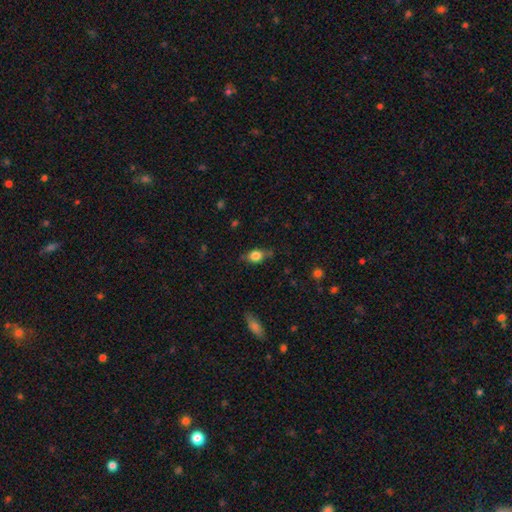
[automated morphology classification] This is clearly a smooth galaxy (80%). How rounded: likely in between (60%). Merging: likely none (65%).